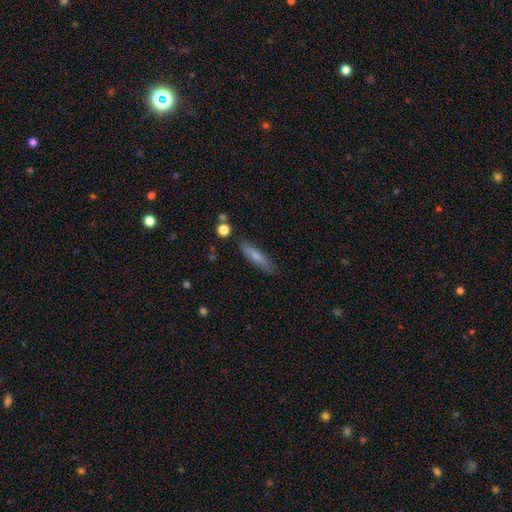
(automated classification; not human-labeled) A smooth galaxy with no disk features (71%) that is cigar-shaped (80%).

Vote fractions:
- Smooth or featured? smooth: 71% / featured or disk: 22% / star or artifact: 7%
- How rounded? cigar-shaped: 80% / in between: 18% / round: 2%
- Merging? none: 82% / minor disturbance: 12% / major disturbance: 3% / merger: 3%